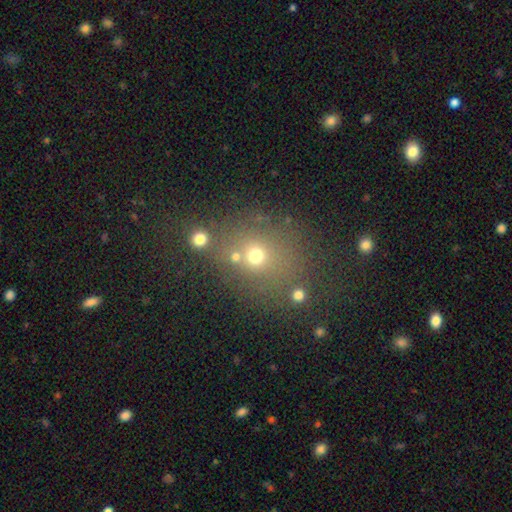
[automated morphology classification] Overall: smooth (62%; star or artifact 25%). How rounded: round (71%). Merging: none (64%).